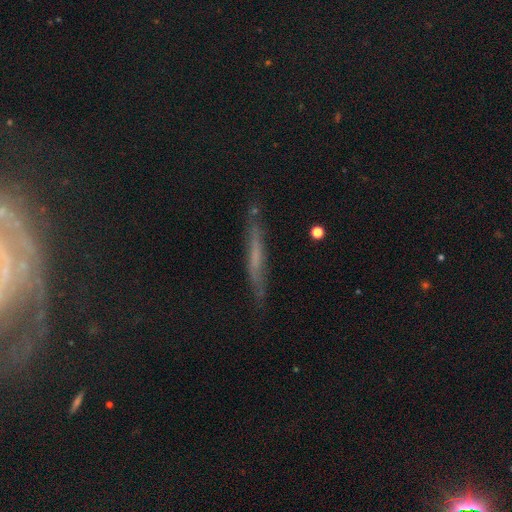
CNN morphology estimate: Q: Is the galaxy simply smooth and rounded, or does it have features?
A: featured or disk — 46%.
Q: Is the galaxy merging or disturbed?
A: none — 78%.